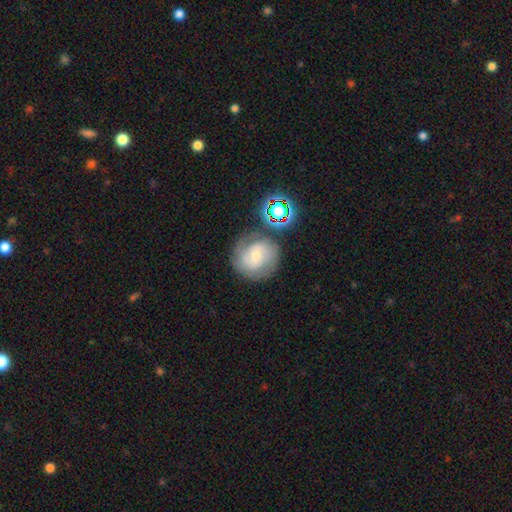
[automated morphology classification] Smooth or featured: featured or disk — 62% (smooth — 26%)
Edge-on disk: no — 97% (yes — 3%)
Bar: no — 53% (weak — 38%)
Spiral arms: yes — 87% (no — 13%)
Spiral winding: tight — 53% (medium — 37%)
Spiral arm count: 2 — 54% (can't tell — 26%)
Bulge size: small — 54% (moderate — 41%)
Merging: none — 70% (minor disturbance — 15%)